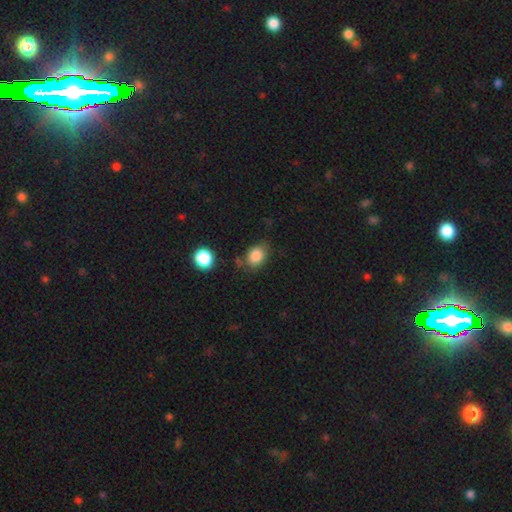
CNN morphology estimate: Overall: smooth (85%). How rounded: in between (64%; round 35%). Merging: none (69%).